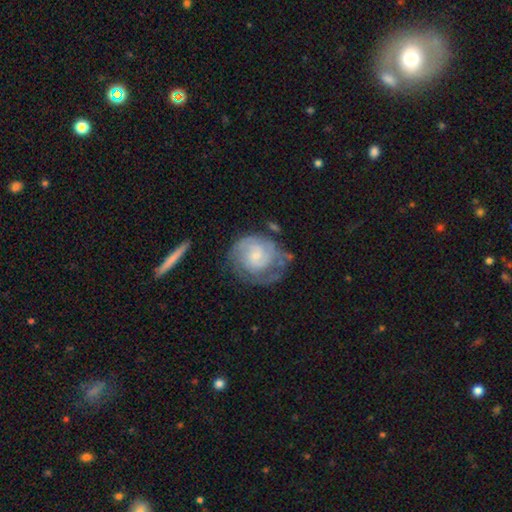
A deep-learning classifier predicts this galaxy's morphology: Smooth or featured: featured or disk — 69% (smooth — 24%)
Edge-on disk: no — 98% (yes — 2%)
Bar: no — 62% (weak — 34%)
Spiral arms: yes — 87% (no — 13%)
Spiral winding: tight — 58% (medium — 31%)
Spiral arm count: can't tell — 37% (2 — 36%)
Bulge size: small — 56% (moderate — 30%)
Merging: none — 53% (minor disturbance — 25%)